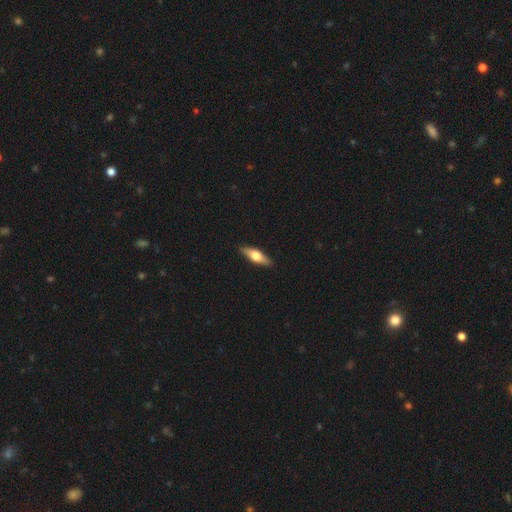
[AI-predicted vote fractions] Smooth or featured: smooth — 50% (featured or disk — 44%)
Merging: none — 90% (minor disturbance — 8%)